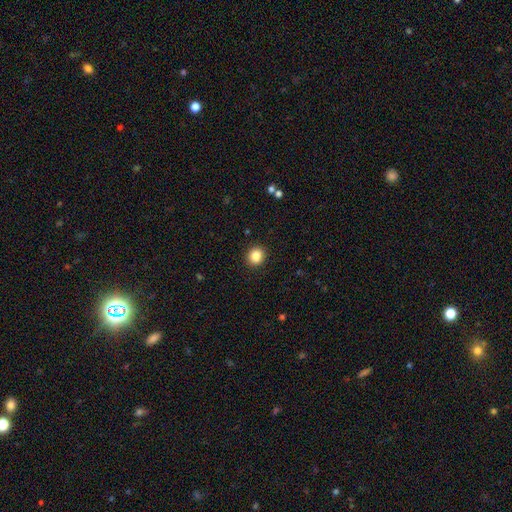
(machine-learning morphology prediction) Smooth or featured? smooth (85%)
How rounded? round (86%)
Merging? none (92%)